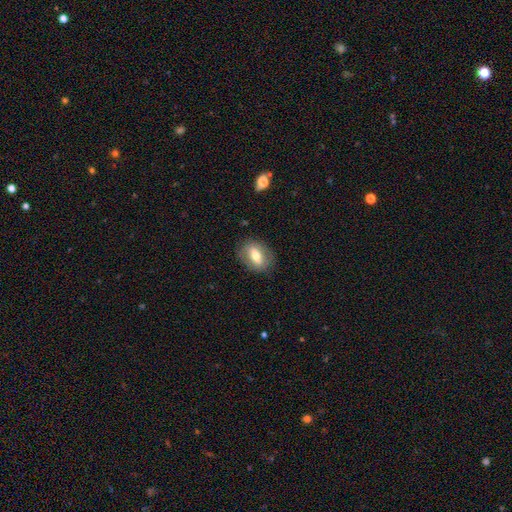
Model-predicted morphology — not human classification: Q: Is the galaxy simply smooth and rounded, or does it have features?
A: smooth — 52%.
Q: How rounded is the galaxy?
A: in between — 73%.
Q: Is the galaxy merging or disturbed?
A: none — 80%.